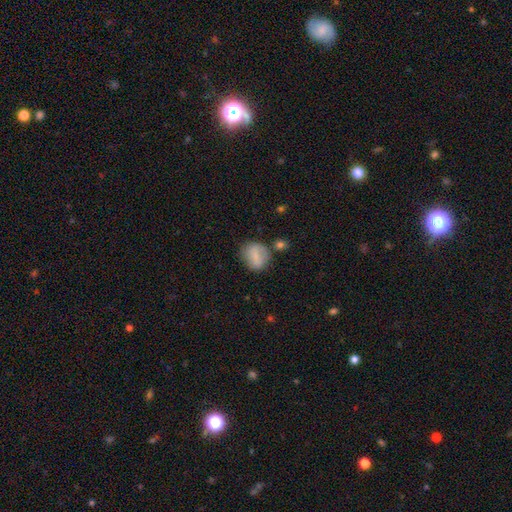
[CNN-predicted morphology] This appears to be a smooth galaxy with no disk features (75%) that is round (56%). Merging: none (63%).